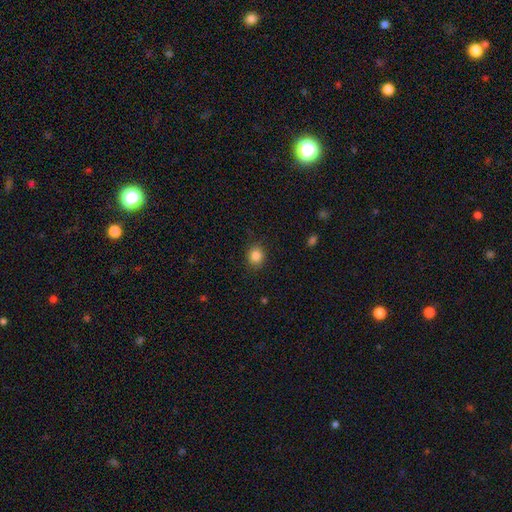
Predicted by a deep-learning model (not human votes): Q: Smooth or featured?
A: smooth (85%); runner-up: star or artifact (10%)
Q: How rounded?
A: round (74%); runner-up: in between (25%)
Q: Merging?
A: none (86%); runner-up: minor disturbance (10%)